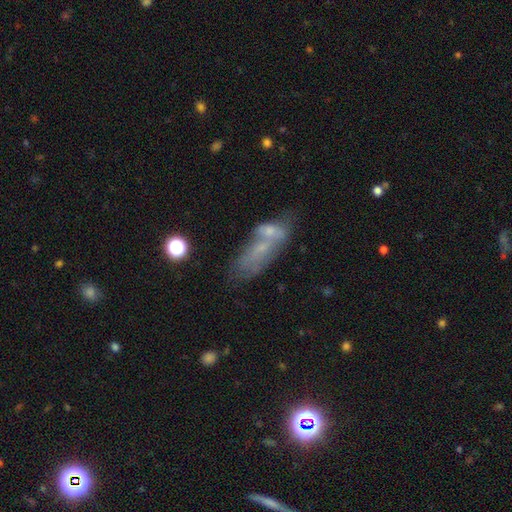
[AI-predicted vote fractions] The model was most divided on "smooth or featured": smooth: 49%, featured or disk: 38%, star or artifact: 13%. Remaining: merging — merger (46%).